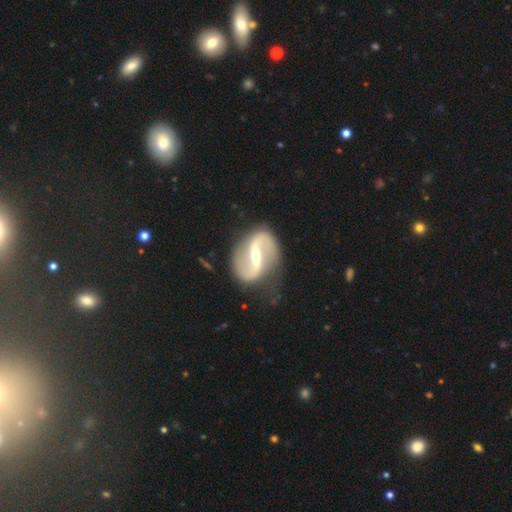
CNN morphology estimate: This is clearly a featured or disk galaxy (90%). It is clearly not viewed edge-on (97%). Bar: likely strong (60%). Spiral arm pattern: clearly yes (95%). Spiral arm count: clearly 2 (93%). Spiral winding: likely loose (64%). Central bulge: possibly small (60%). Merging: likely none (75%).